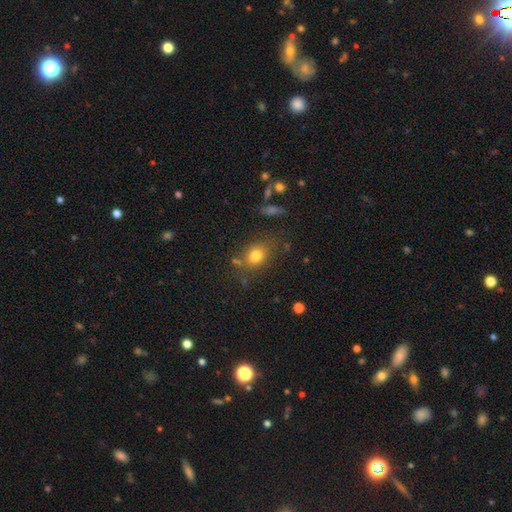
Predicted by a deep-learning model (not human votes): Smooth or featured? Predicted: smooth (p=0.76). How rounded? Predicted: in between (p=0.51). Merging? Predicted: none (p=0.73).